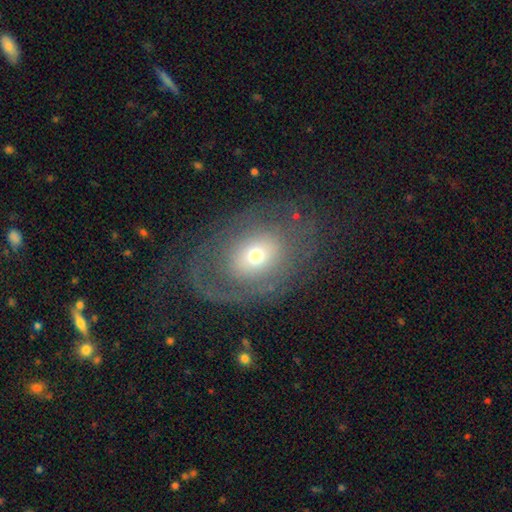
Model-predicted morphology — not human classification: A featured or disk galaxy (53%).

Vote fractions:
- Smooth or featured? featured or disk: 53% / smooth: 38% / star or artifact: 9%
- Edge-on disk? no: 93% / yes: 7%
- Merging? none: 63% / major disturbance: 19% / minor disturbance: 17% / merger: 2%